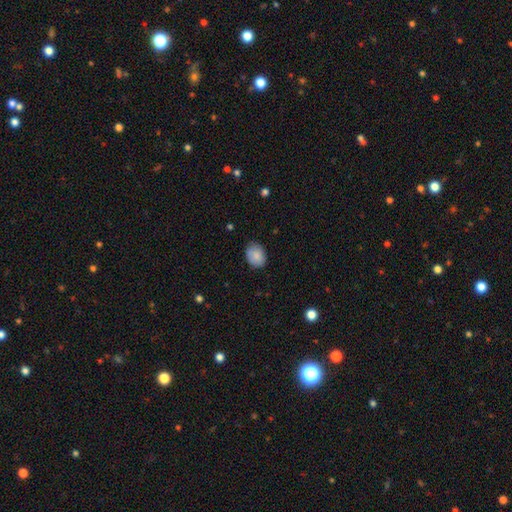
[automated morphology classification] Overall: smooth (85%). How rounded: in between (66%; round 33%). Merging: none (79%).